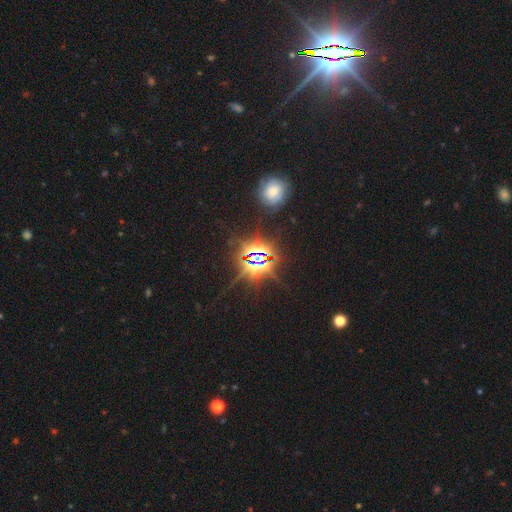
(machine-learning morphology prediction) This is clearly a star or artifact rather than a galaxy (82%).